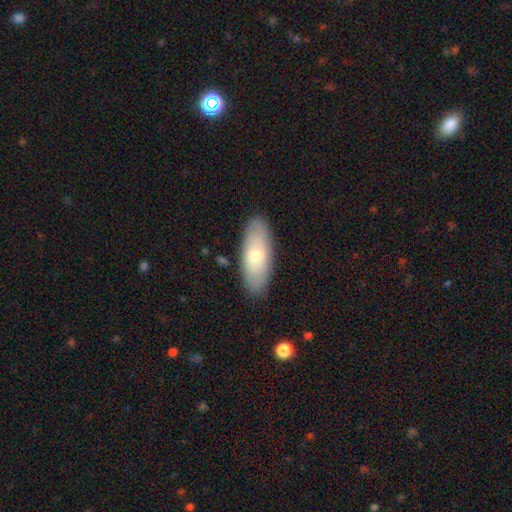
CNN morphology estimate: Overall: smooth (60%; featured or disk 34%). How rounded: in between (80%). Merging: none (85%).